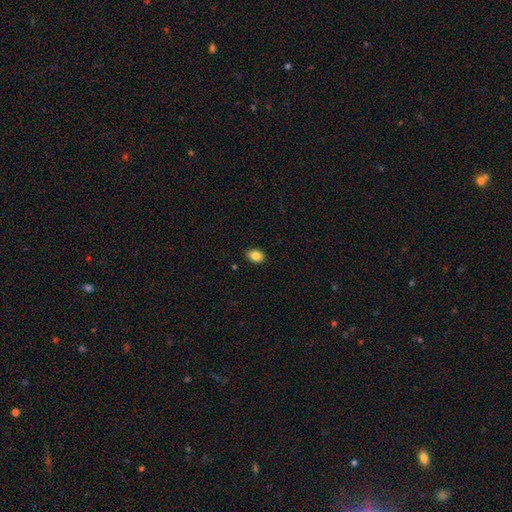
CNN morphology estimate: Smooth or featured? smooth (86%)
How rounded? in between (77%)
Merging? none (89%)